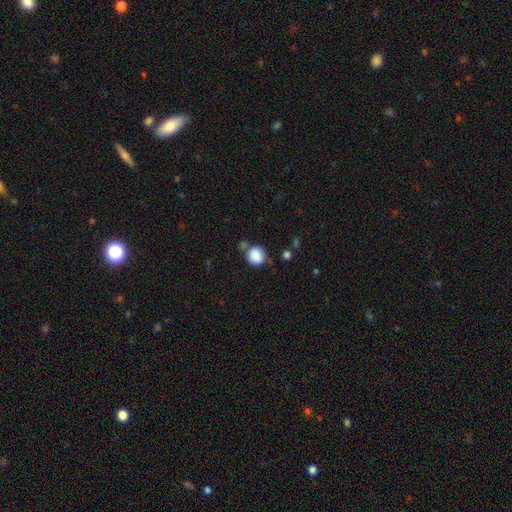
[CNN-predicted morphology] Smooth or featured? Predicted: smooth (p=0.85). How rounded? Predicted: round (p=0.79). Merging? Predicted: none (p=0.65).